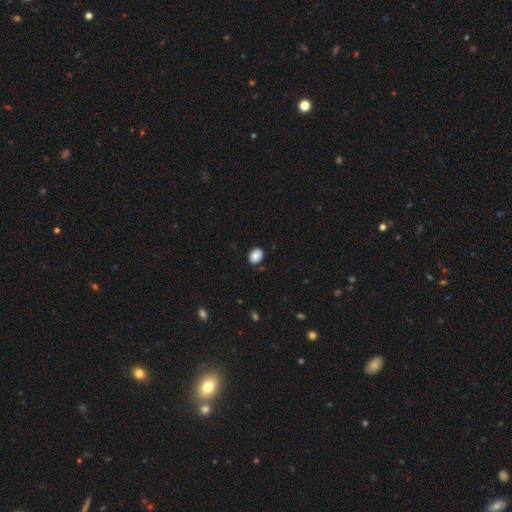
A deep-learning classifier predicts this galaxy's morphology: Smooth or featured: smooth — 88% (star or artifact — 8%)
How rounded: in between — 70% (round — 29%)
Merging: none — 84% (minor disturbance — 12%)